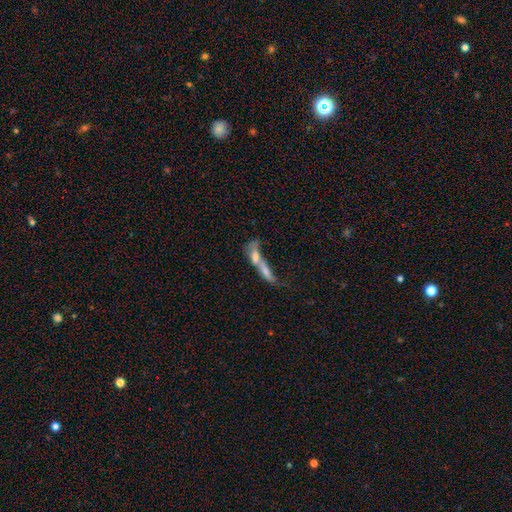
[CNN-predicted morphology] Smooth or featured? Predicted: featured or disk (p=0.44). Merging? Predicted: merger (p=0.63).